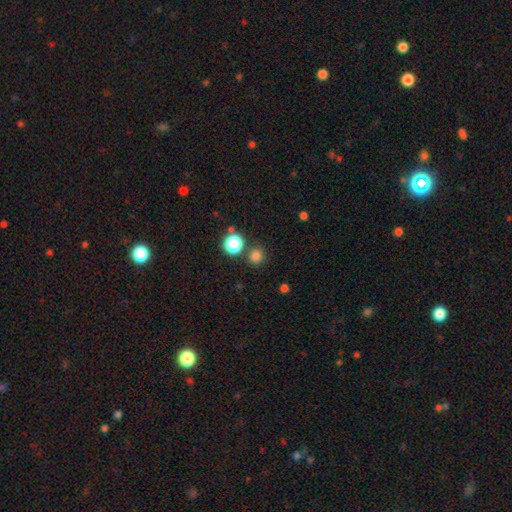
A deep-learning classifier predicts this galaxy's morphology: Smooth or featured? smooth (78%)
How rounded? round (89%)
Merging? none (81%)